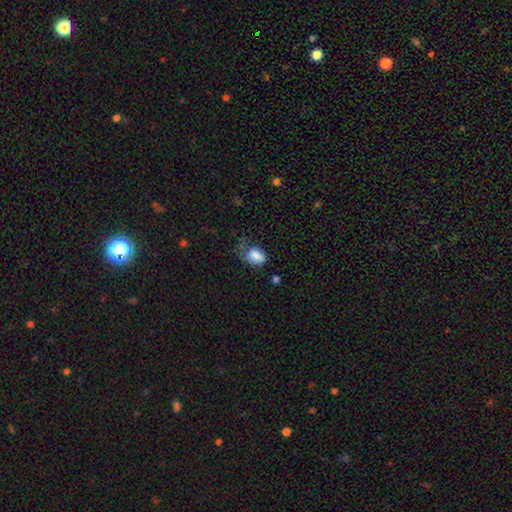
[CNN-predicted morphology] Smooth or featured?
  - smooth: 80% *
  - featured or disk: 12%
  - star or artifact: 8%
How rounded?
  - in between: 79% *
  - round: 20%
  - cigar-shaped: 1%
Merging?
  - major disturbance: 33% * (tied)
  - minor disturbance: 33% * (tied)
  - none: 31%
  - merger: 3%